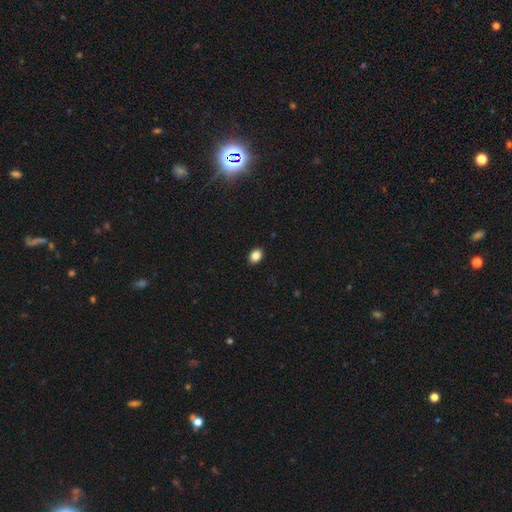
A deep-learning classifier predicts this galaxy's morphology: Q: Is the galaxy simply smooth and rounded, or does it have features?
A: smooth — 86%.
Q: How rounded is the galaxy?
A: in between — 72%.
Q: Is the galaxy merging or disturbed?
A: none — 90%.